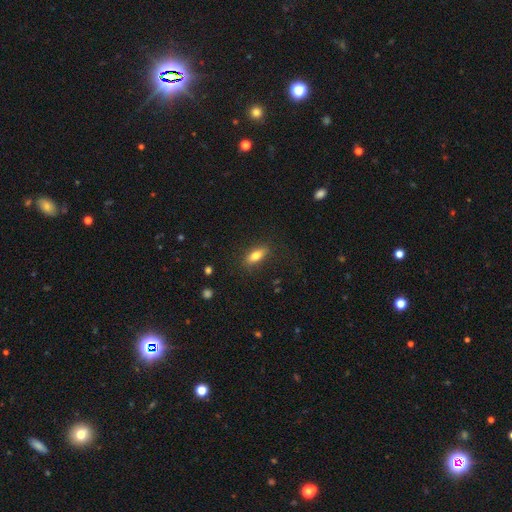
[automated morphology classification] The model was most divided on "how rounded": in between: 72%, cigar-shaped: 24%, round: 4%. More confident: merging — none (84%); smooth or featured — smooth (76%).